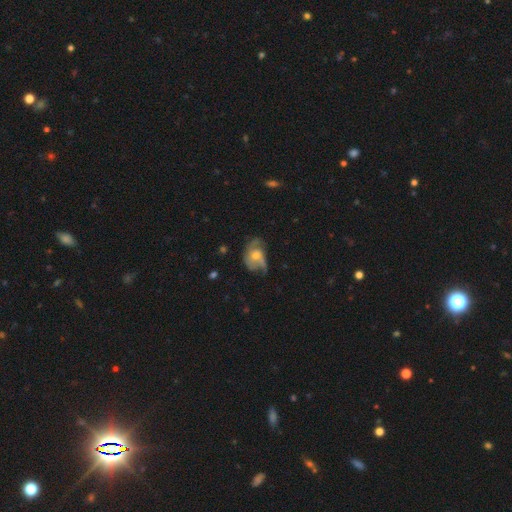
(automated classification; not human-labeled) This appears to be a featured or disk galaxy (61%) with no bar (74%), spiral arms (72%) and a moderate central bulge (58%). Merging: none (39%).